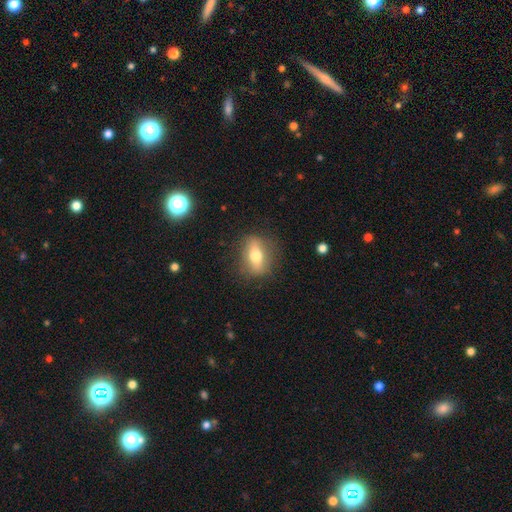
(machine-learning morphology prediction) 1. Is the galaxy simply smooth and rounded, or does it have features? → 55% smooth, 37% featured or disk, 8% star or artifact.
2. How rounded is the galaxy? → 66% in between, 25% round, 10% cigar-shaped.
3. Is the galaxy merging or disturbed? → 81% none, 13% minor disturbance, 5% major disturbance, 1% merger.